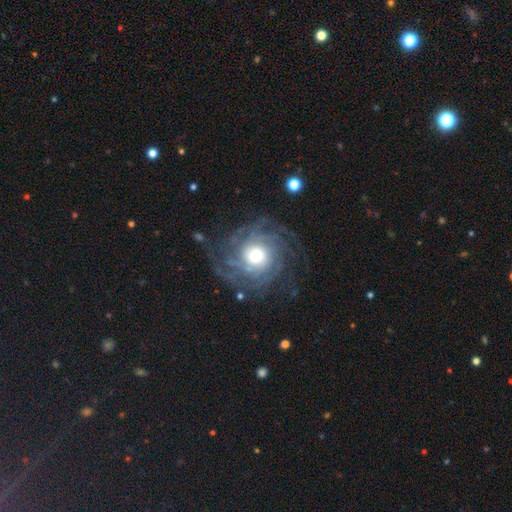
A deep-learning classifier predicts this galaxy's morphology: Smooth or featured? featured or disk (86%)
Edge-on disk? no (98%)
Bar? no (80%)
Spiral arms? yes (97%)
Spiral winding? tight (69%)
Spiral arm count? more than 4 (25%)
Bulge size? moderate (48%)
Merging? none (76%)